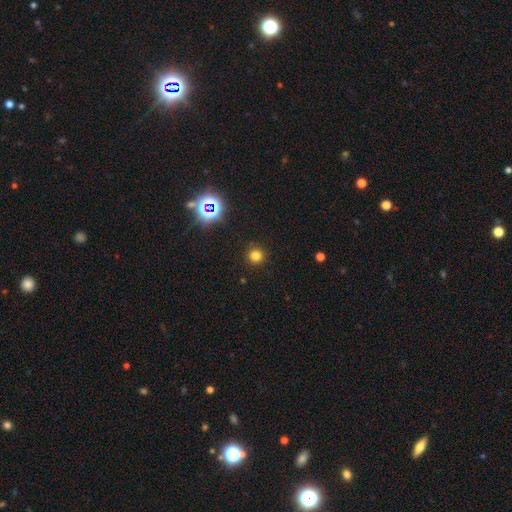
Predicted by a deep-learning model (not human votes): Morphology: type=smooth (77%); roundness=round (95%); merging=none (92%).